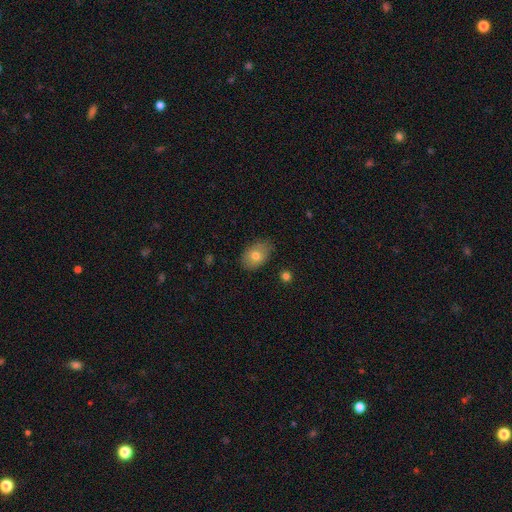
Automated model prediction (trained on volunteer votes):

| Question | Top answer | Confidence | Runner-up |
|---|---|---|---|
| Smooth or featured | smooth | 75% | featured or disk (17%) |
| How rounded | in between | 84% | round (15%) |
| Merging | none | 74% | minor disturbance (21%) |